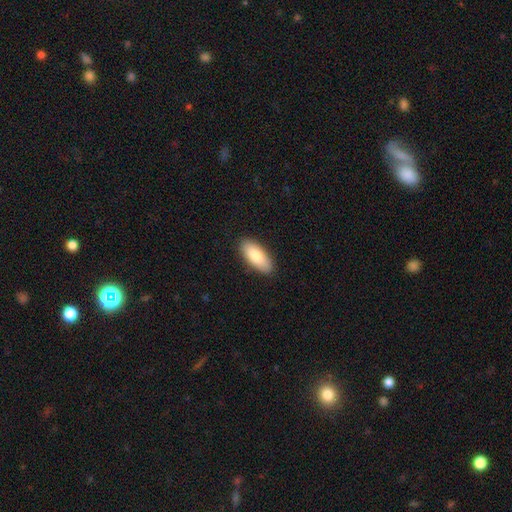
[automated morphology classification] type=smooth (84%); roundness=in between (85%); merging=none (89%).